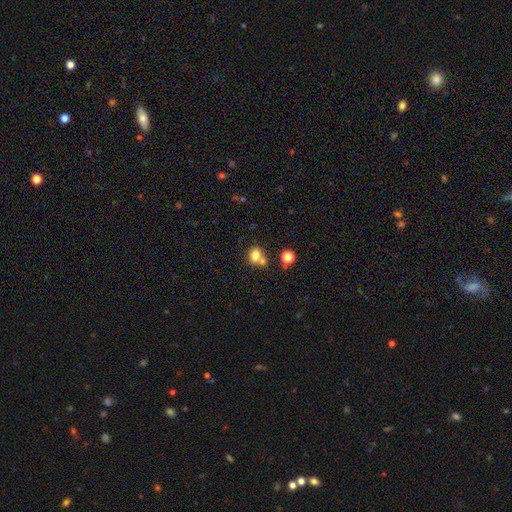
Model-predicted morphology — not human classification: Smooth or featured? Predicted: smooth (p=0.77). How rounded? Predicted: round (p=0.66). Merging? Predicted: none (p=0.47).